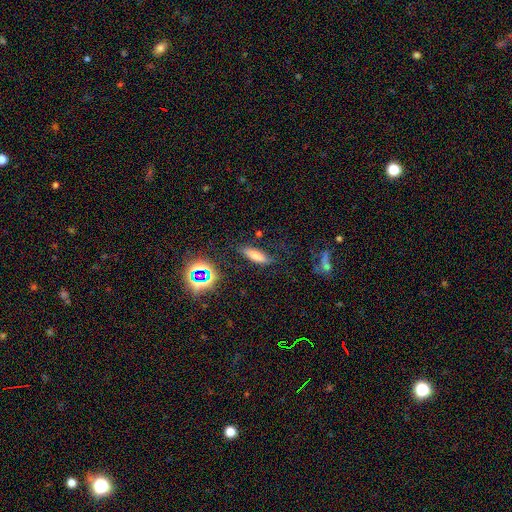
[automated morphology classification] Overall: smooth (69%). How rounded: cigar-shaped (48%, tied with in between). Merging: none (75%).